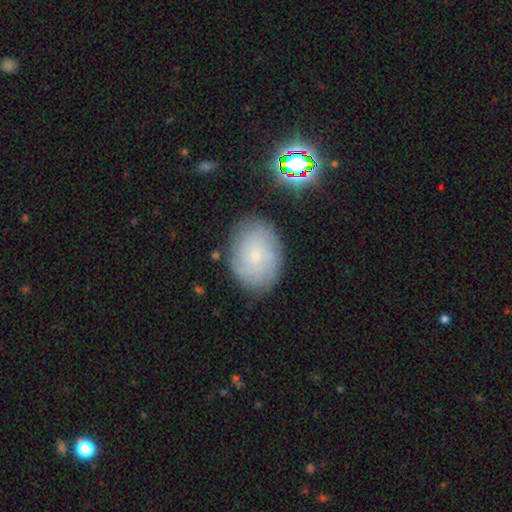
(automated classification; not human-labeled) Morphology: type=smooth (46%); merging=none (79%).